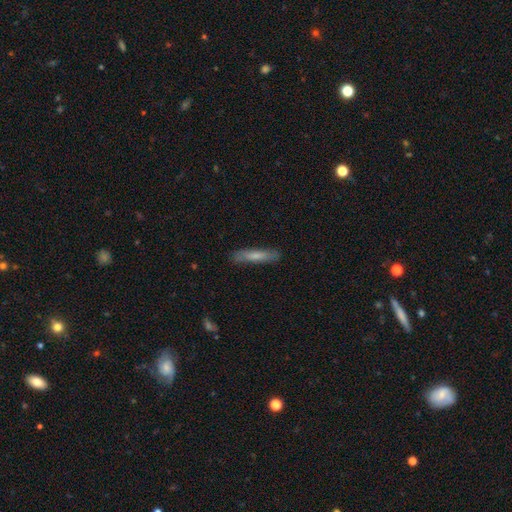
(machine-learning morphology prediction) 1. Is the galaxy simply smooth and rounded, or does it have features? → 69% smooth, 25% featured or disk, 6% star or artifact.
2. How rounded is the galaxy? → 89% cigar-shaped, 10% in between, 1% round.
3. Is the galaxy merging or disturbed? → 86% none, 11% minor disturbance, 2% major disturbance, 1% merger.